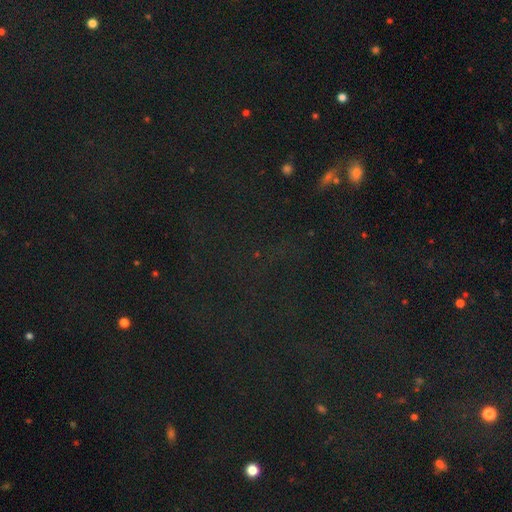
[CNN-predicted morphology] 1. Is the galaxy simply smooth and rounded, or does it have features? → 79% star or artifact, 14% smooth, 8% featured or disk.